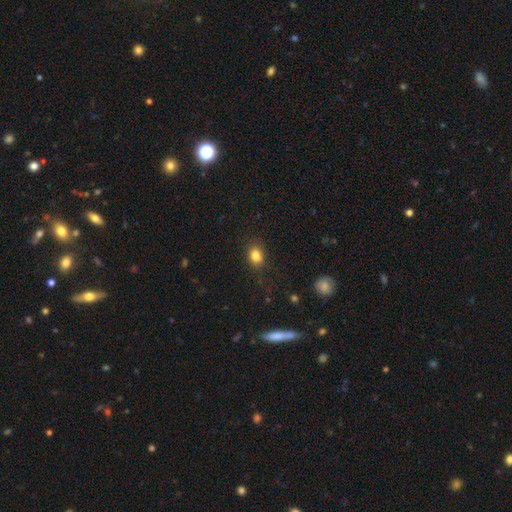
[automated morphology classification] smooth_or_featured: smooth (p=0.84) [alt: star or artifact p=0.11]
how_rounded: in between (p=0.52) [alt: round p=0.47]
merging: none (p=0.84) [alt: minor disturbance p=0.11]